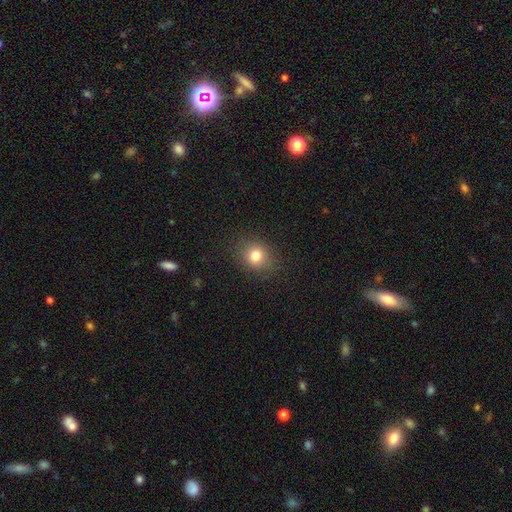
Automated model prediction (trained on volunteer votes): Smooth or featured? smooth (79%)
How rounded? round (71%)
Merging? none (87%)